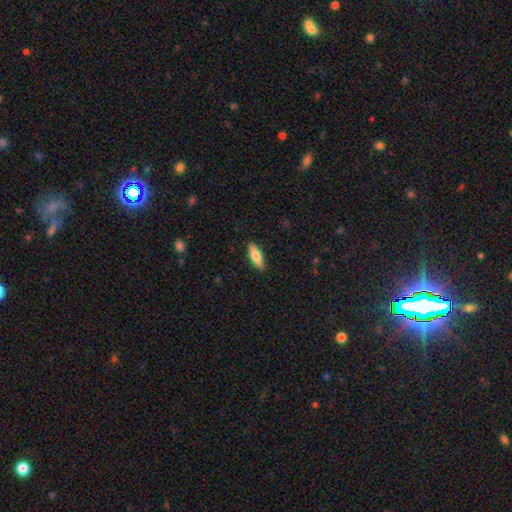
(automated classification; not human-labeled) The model was most divided on "how rounded": in between: 58%, cigar-shaped: 40%, round: 2%. More confident: merging — none (88%); smooth or featured — smooth (75%).